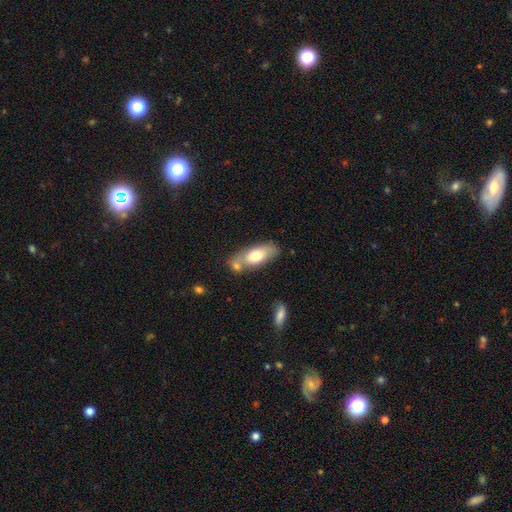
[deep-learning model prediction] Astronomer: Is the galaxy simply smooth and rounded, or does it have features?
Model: smooth — 67%.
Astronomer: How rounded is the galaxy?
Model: in between — 80%.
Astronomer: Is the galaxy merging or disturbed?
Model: none — 55%.